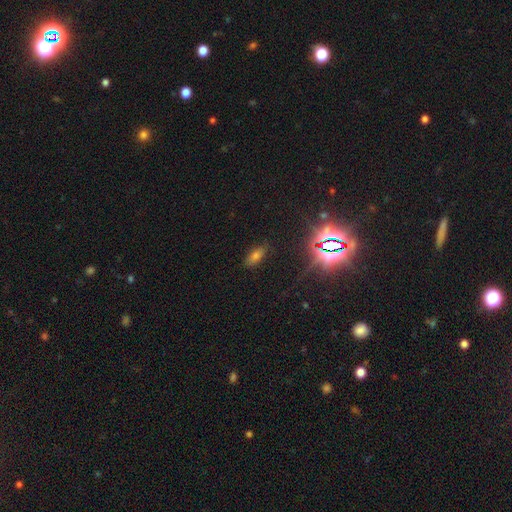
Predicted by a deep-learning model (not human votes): Smooth or featured? Predicted: smooth (p=0.51). How rounded? Predicted: in between (p=0.81). Merging? Predicted: none (p=0.85).